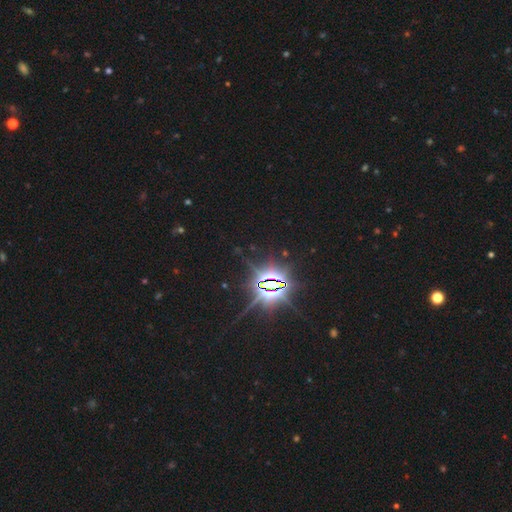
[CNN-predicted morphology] Q: Smooth or featured?
A: star or artifact (87%); runner-up: smooth (8%)